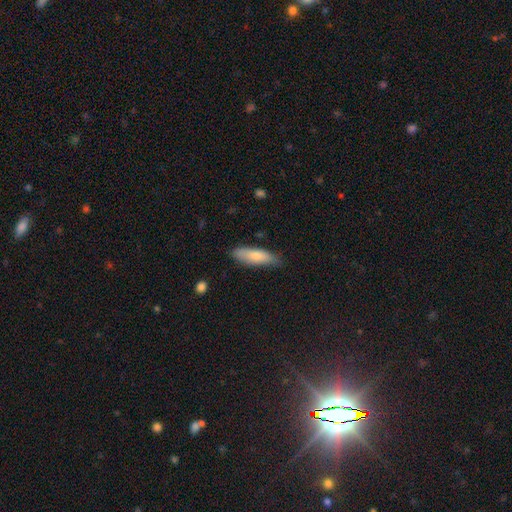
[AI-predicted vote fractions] Q: Smooth or featured?
A: smooth (78%); runner-up: featured or disk (16%)
Q: How rounded?
A: in between (51%); runner-up: cigar-shaped (47%)
Q: Merging?
A: none (76%); runner-up: minor disturbance (19%)